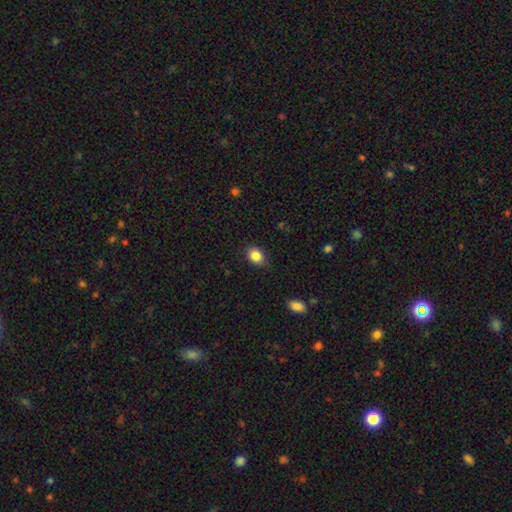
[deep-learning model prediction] Overall: smooth (86%). How rounded: in between (67%; round 32%). Merging: none (82%).